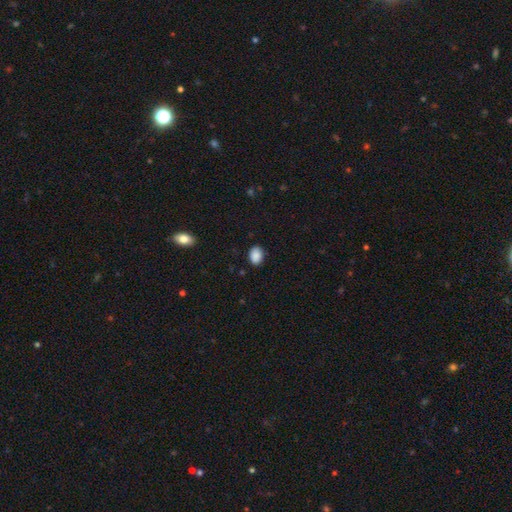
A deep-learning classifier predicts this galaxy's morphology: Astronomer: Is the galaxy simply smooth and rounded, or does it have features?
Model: smooth — 89%.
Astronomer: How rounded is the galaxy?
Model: in between — 70%.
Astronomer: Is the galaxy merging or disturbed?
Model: none — 86%.